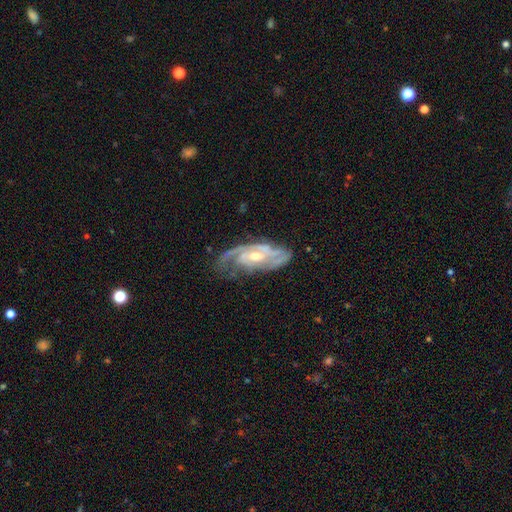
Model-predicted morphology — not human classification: Smooth or featured: featured or disk — 88% (smooth — 7%)
Edge-on disk: no — 94% (yes — 6%)
Bar: no — 49% (weak — 38%)
Spiral arms: yes — 96% (no — 4%)
Spiral winding: tight — 51% (medium — 40%)
Spiral arm count: 2 — 46% (3 — 23%)
Bulge size: moderate — 57% (small — 38%)
Merging: none — 66% (minor disturbance — 22%)